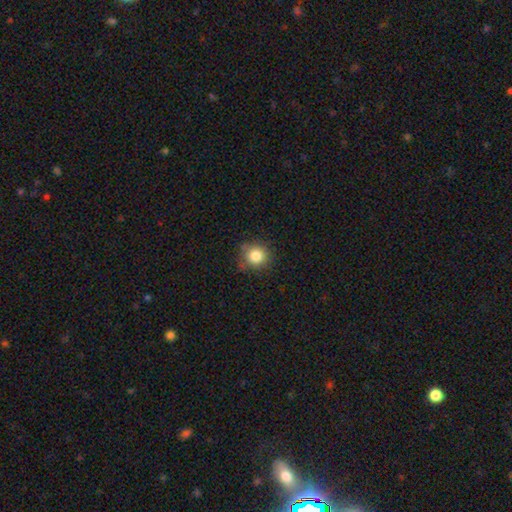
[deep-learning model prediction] Overall: smooth (83%). How rounded: round (90%). Merging: none (79%).